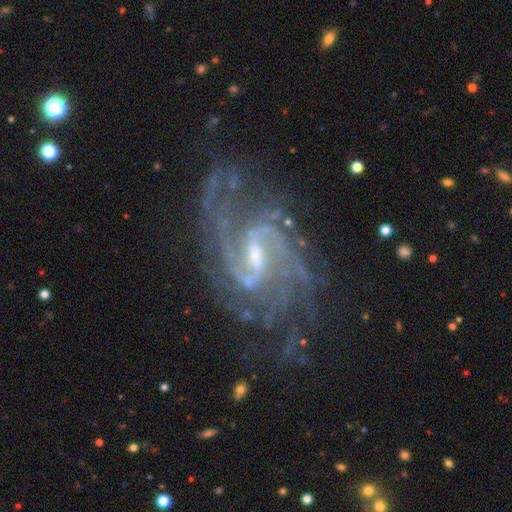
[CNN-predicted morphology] Smooth or featured? featured or disk (93%)
Edge-on disk? no (98%)
Bar? weak (50%)
Spiral arms? yes (98%)
Spiral winding? medium (53%)
Spiral arm count? 2 (59%)
Bulge size? small (52%)
Merging? none (67%)